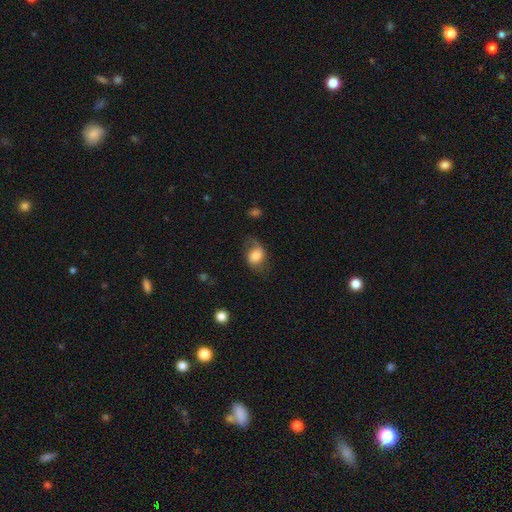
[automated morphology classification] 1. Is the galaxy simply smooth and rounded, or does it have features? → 68% smooth, 24% featured or disk, 9% star or artifact.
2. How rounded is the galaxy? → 62% in between, 37% round, 1% cigar-shaped.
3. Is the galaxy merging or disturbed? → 54% none, 28% minor disturbance, 16% major disturbance, 2% merger.